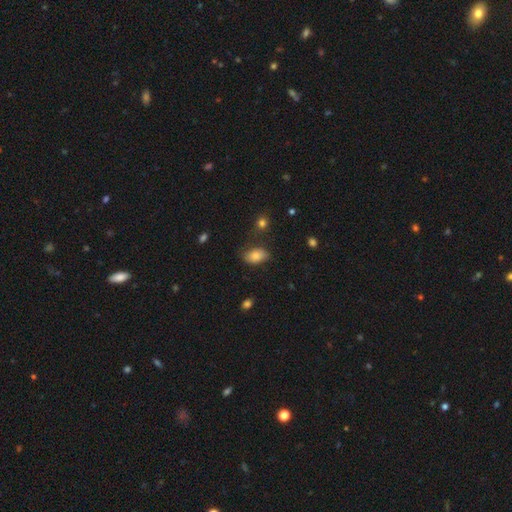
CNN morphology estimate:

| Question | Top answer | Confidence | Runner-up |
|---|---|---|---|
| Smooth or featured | smooth | 80% | featured or disk (11%) |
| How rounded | in between | 91% | round (7%) |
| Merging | none | 70% | minor disturbance (21%) |